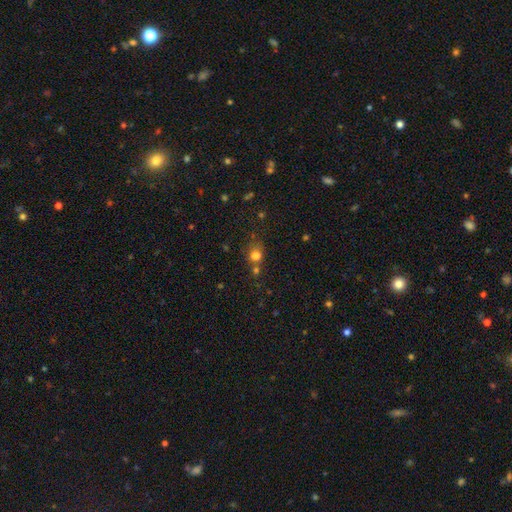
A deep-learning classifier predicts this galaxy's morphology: smooth 74%, star or artifact 16%, featured or disk 10%. Down the decision tree: how rounded — round (70%); merging — none (46%).